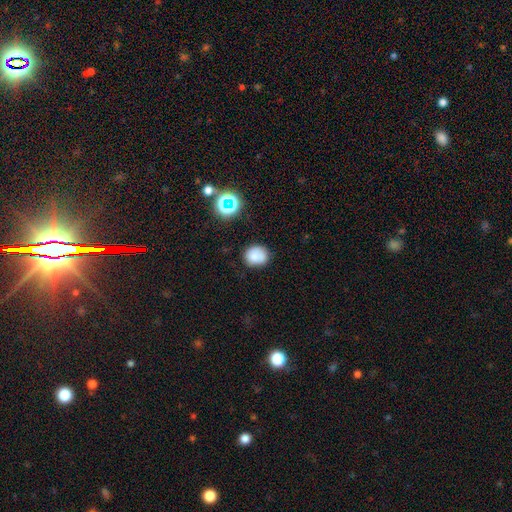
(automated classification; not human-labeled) smooth-or-featured: smooth: 80% | star or artifact: 12% | featured or disk: 8%
  how-rounded: round: 73% | in between: 26% | cigar-shaped: 1%
  merging: none: 75% | minor disturbance: 17% | merger: 4% | major disturbance: 4%